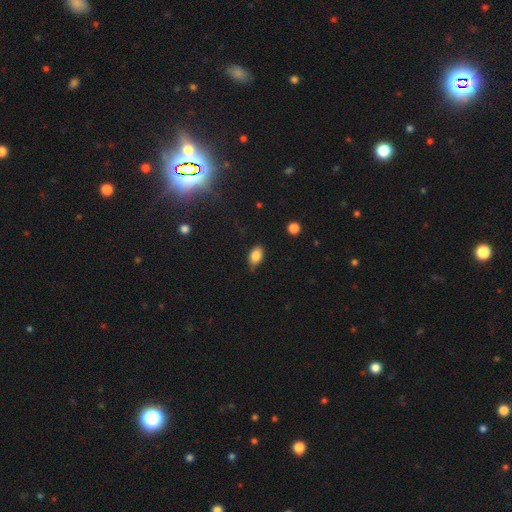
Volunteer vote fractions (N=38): Morphology: type=smooth (89%); roundness=in between (91%); merging=none (81%).